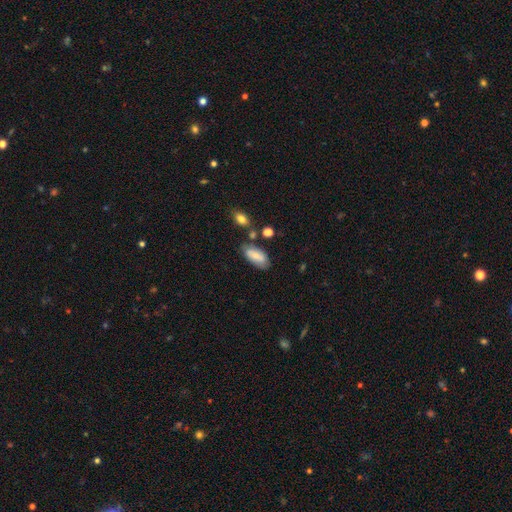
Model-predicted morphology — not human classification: Smooth or featured?
  - smooth: 74% *
  - featured or disk: 18%
  - star or artifact: 7%
How rounded?
  - in between: 88% *
  - cigar-shaped: 9%
  - round: 2%
Merging?
  - none: 67% *
  - minor disturbance: 20%
  - merger: 8%
  - major disturbance: 5%